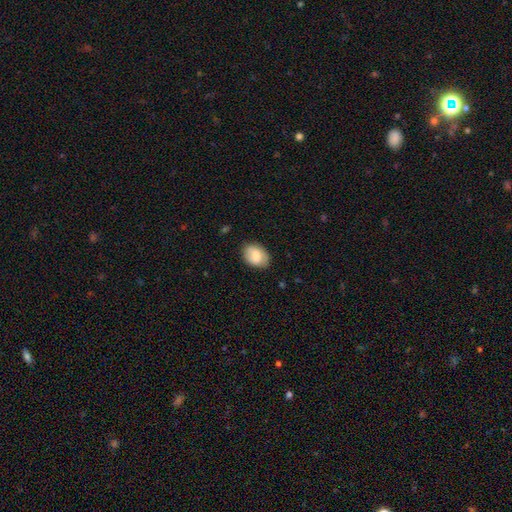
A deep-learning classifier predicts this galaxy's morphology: Smooth or featured? Predicted: smooth (p=0.75). How rounded? Predicted: in between (p=0.81). Merging? Predicted: none (p=0.81).